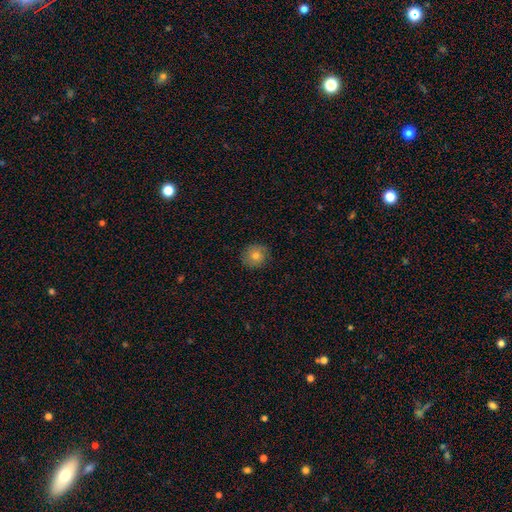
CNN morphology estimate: A smooth galaxy with no disk features (72%) that is round (87%).

Vote fractions:
- Smooth or featured? smooth: 72% / featured or disk: 17% / star or artifact: 11%
- How rounded? round: 87% / in between: 12% / cigar-shaped: 1%
- Merging? none: 85% / minor disturbance: 12% / major disturbance: 3% / merger: 1%